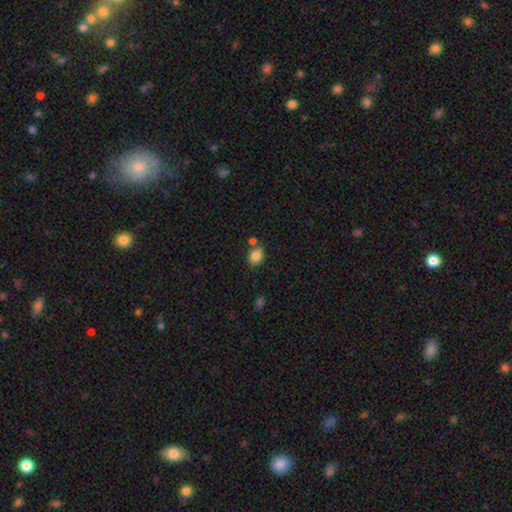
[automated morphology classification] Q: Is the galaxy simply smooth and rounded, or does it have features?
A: smooth — 85%.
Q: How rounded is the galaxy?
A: in between — 60%.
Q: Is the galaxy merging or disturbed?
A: none — 69%.